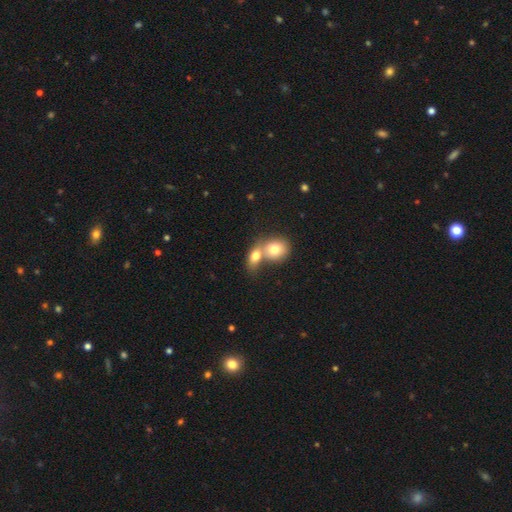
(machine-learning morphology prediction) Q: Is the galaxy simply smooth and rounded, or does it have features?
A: smooth — 77%.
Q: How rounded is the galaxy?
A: in between — 62%.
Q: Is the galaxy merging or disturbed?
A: merger — 70%.